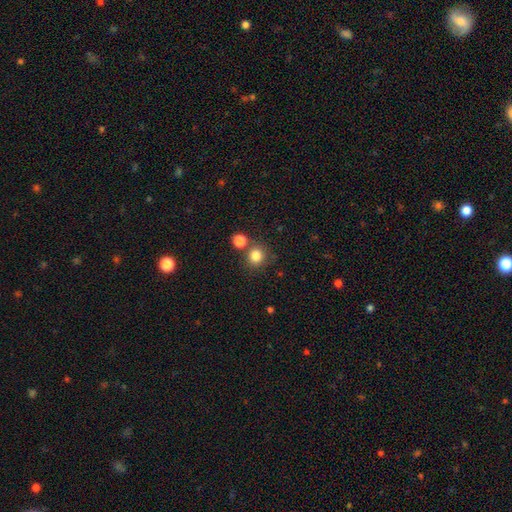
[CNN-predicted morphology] This is clearly a smooth galaxy (82%). How rounded: clearly round (89%). Merging: likely none (74%).